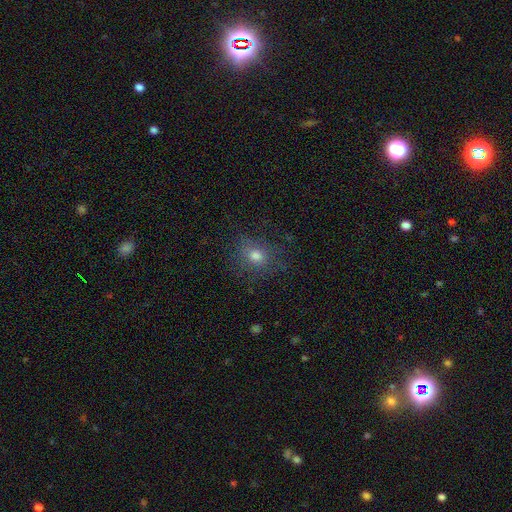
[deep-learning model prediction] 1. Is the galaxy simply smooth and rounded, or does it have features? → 73% smooth, 17% star or artifact, 10% featured or disk.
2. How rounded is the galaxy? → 69% round, 30% in between, 1% cigar-shaped.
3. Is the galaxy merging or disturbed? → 78% none, 14% minor disturbance, 6% major disturbance, 1% merger.